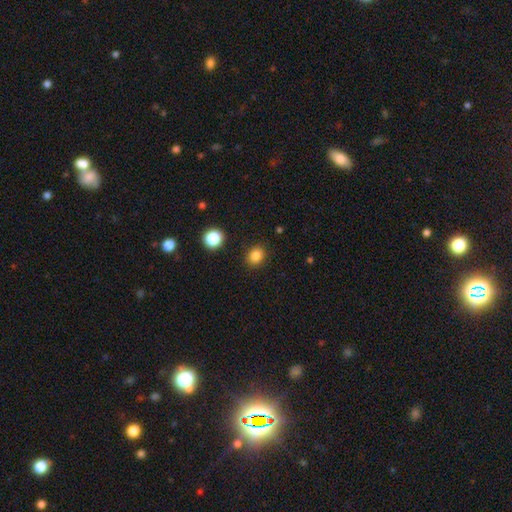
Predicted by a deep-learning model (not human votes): This is clearly a smooth galaxy (83%). How rounded: likely round (66%). Merging: clearly none (89%).